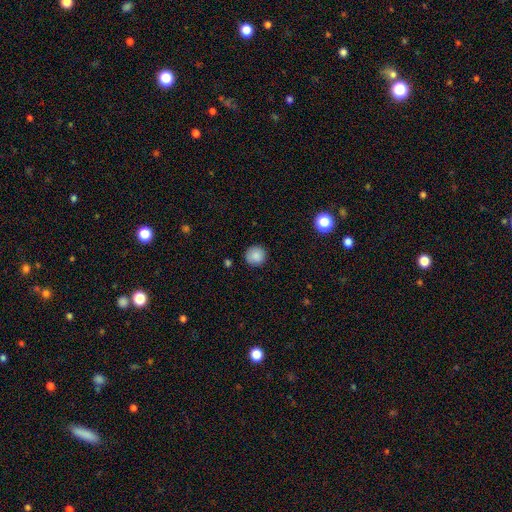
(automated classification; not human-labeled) smooth-or-featured: smooth: 87% | star or artifact: 9% | featured or disk: 4%
  how-rounded: round: 93% | in between: 6% | cigar-shaped: 1%
  merging: none: 89% | minor disturbance: 8% | major disturbance: 2% | merger: 1%